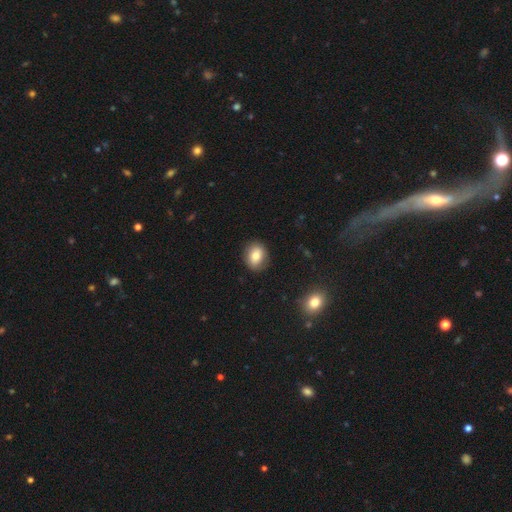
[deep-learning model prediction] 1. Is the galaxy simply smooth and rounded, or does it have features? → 79% smooth, 12% featured or disk, 9% star or artifact.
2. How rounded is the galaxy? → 51% round, 48% in between, 1% cigar-shaped.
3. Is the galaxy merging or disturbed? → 87% none, 10% minor disturbance, 2% major disturbance, 1% merger.